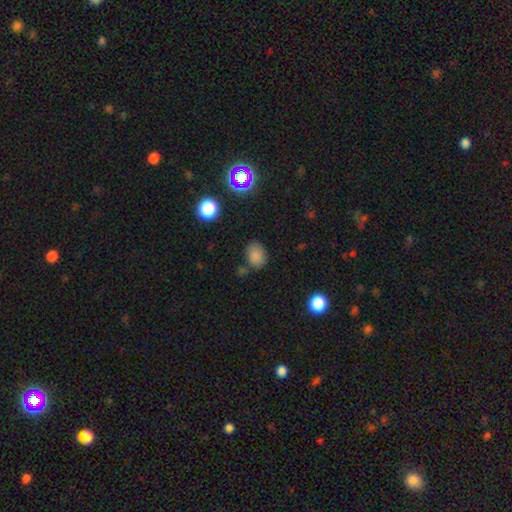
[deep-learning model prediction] The model was most divided on "how rounded": in between: 63%, round: 36%, cigar-shaped: 1%. More confident: smooth or featured — smooth (80%); merging — none (73%).